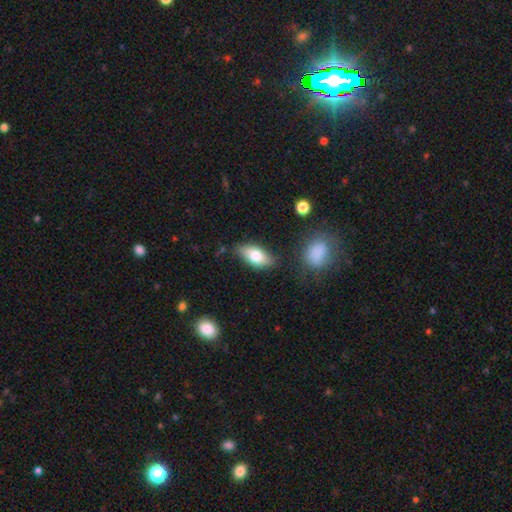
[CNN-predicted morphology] Smooth or featured: smooth — 76% (featured or disk — 17%)
How rounded: in between — 88% (cigar-shaped — 8%)
Merging: none — 76% (minor disturbance — 17%)